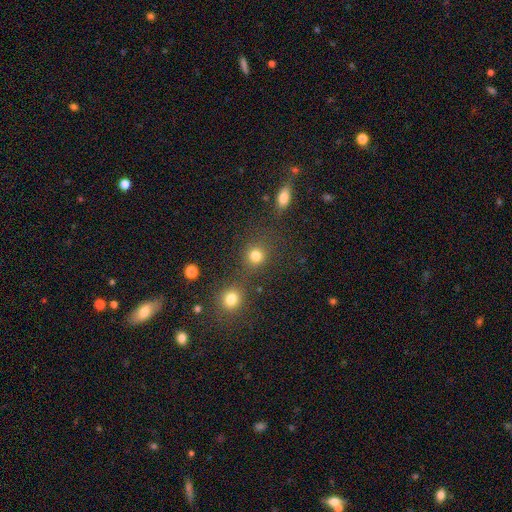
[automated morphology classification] type=smooth (81%); roundness=round (88%); merging=none (72%).